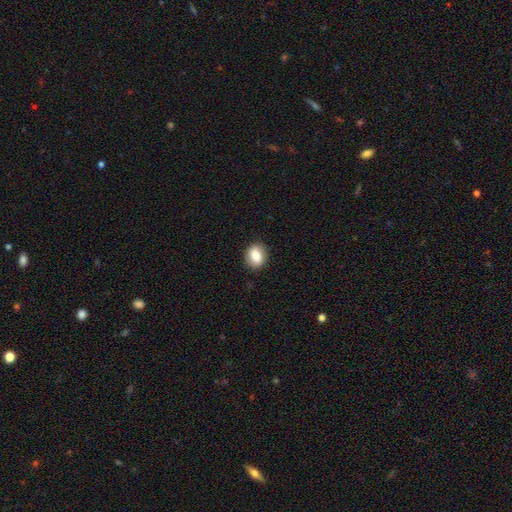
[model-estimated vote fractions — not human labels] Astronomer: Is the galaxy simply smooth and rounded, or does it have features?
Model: smooth — 83%.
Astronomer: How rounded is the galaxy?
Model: in between — 51% (runner-up: round, 48%).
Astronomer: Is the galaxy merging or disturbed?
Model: none — 88%.